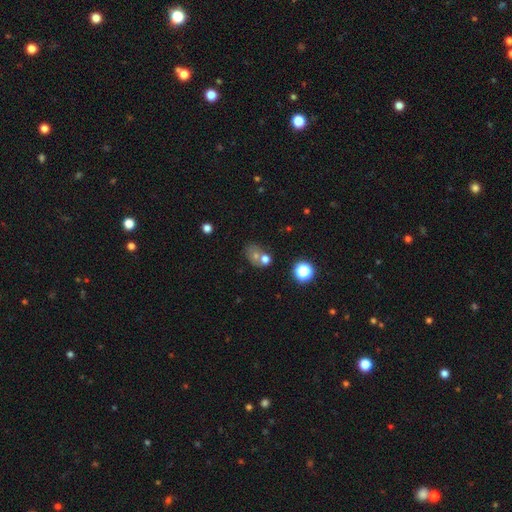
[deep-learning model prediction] This is possibly a smooth galaxy (55%). How rounded: possibly round (49%, tied with in between). Merging: possibly none (50%).